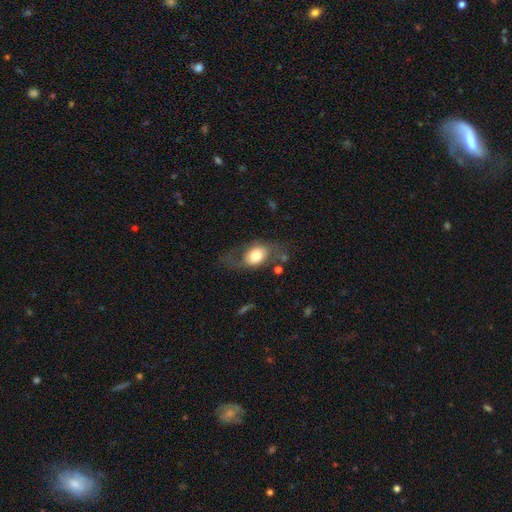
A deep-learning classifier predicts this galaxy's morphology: type=smooth (60%); roundness=in between (69%); merging=none (53%).